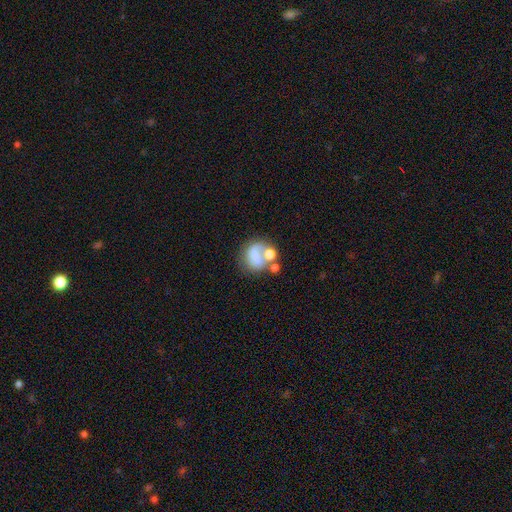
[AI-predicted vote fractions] smooth-or-featured: smooth: 55% | featured or disk: 33% | star or artifact: 12%
  how-rounded: round: 66% | in between: 33% | cigar-shaped: 1%
  merging: none: 33% | merger: 31% | major disturbance: 20% | minor disturbance: 16%